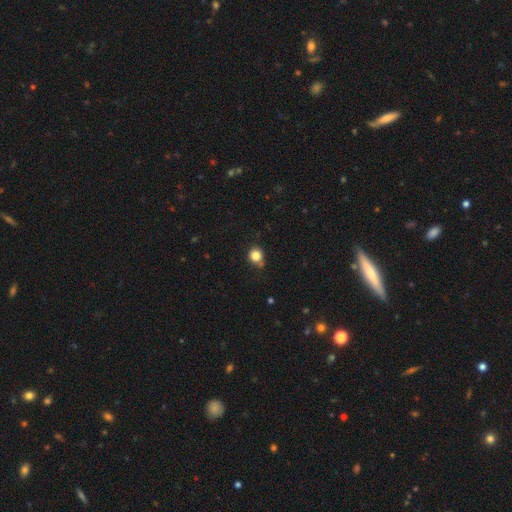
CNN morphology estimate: type=smooth (84%); roundness=round (88%); merging=none (75%).